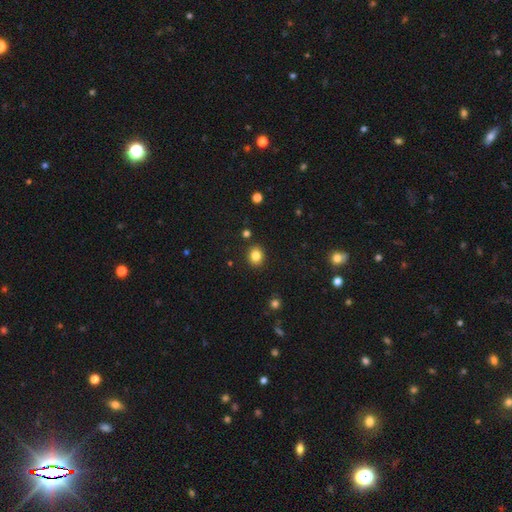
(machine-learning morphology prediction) smooth 83%, star or artifact 12%, featured or disk 6%. Down the decision tree: how rounded — round (68%); merging — none (89%).